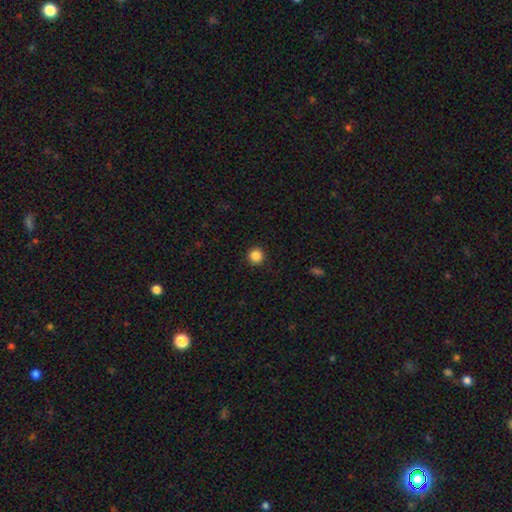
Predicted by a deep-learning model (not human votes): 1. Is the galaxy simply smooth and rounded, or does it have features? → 86% smooth, 11% star or artifact, 3% featured or disk.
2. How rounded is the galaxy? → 95% round, 4% in between, 1% cigar-shaped.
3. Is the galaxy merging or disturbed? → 92% none, 5% minor disturbance, 2% major disturbance, 1% merger.